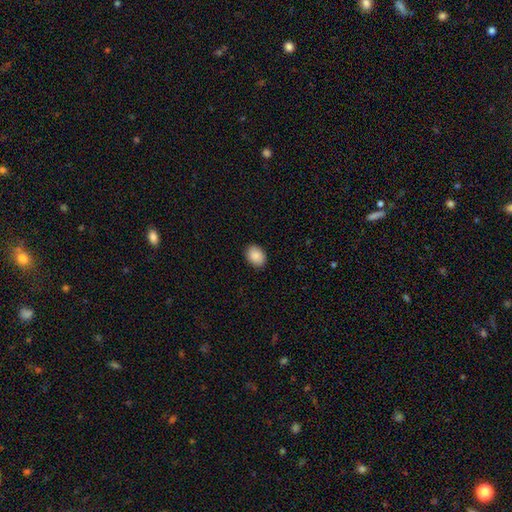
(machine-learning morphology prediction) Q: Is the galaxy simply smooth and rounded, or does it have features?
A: smooth — 89%.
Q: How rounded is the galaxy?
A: in between — 65%.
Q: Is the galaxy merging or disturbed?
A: none — 89%.